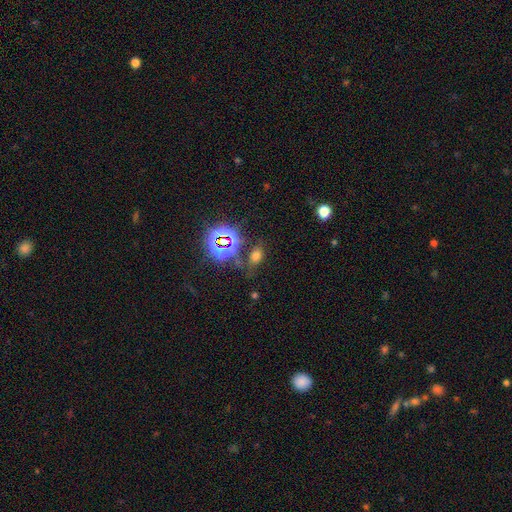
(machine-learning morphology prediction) Q: Smooth or featured?
A: smooth (55%); runner-up: star or artifact (37%)
Q: How rounded?
A: in between (76%); runner-up: round (22%)
Q: Merging?
A: none (73%); runner-up: minor disturbance (14%)